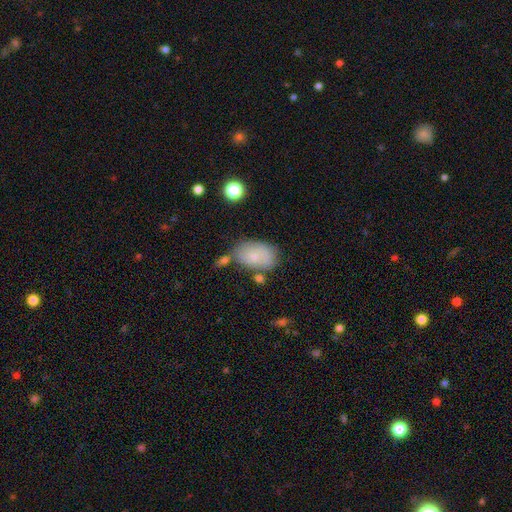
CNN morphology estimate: A smooth galaxy with no disk features (76%) that is in between round and cigar-shaped (89%). Merging: none (60%).